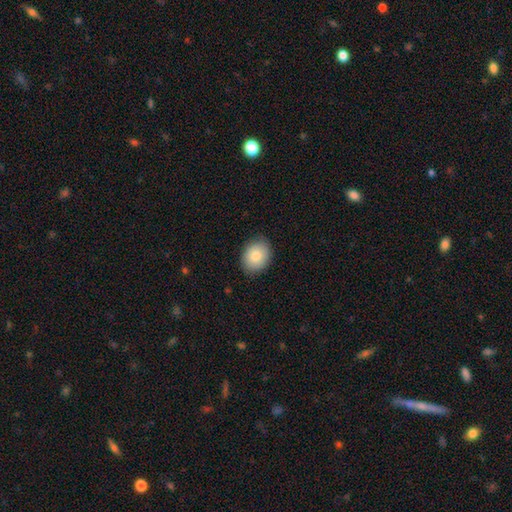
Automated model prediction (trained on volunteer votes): Smooth or featured? smooth (83%)
How rounded? in between (54%)
Merging? none (86%)